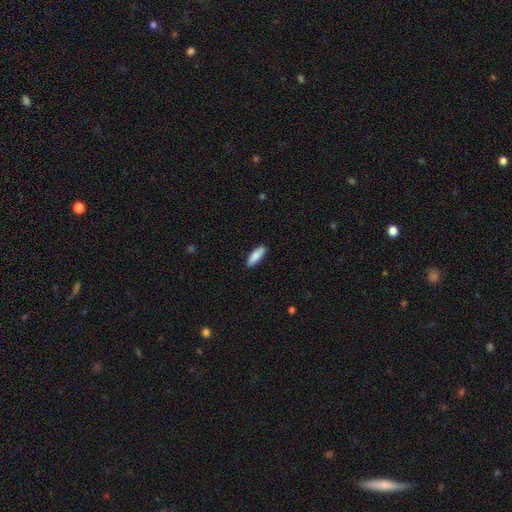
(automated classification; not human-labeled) This is clearly a smooth galaxy (86%). How rounded: possibly in between (57%). Merging: clearly none (89%).